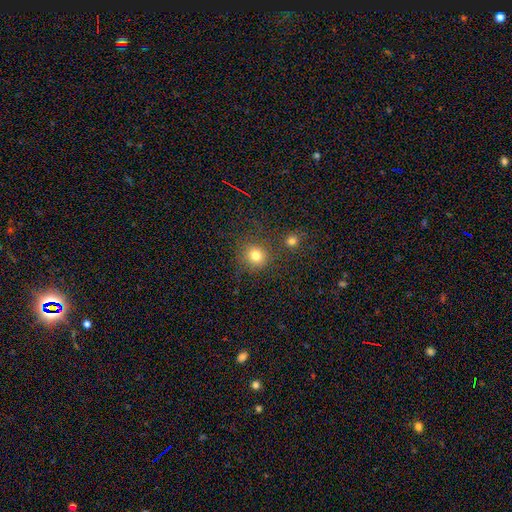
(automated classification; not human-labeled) Smooth or featured? Predicted: smooth (p=0.78). How rounded? Predicted: round (p=0.89). Merging? Predicted: none (p=0.76).